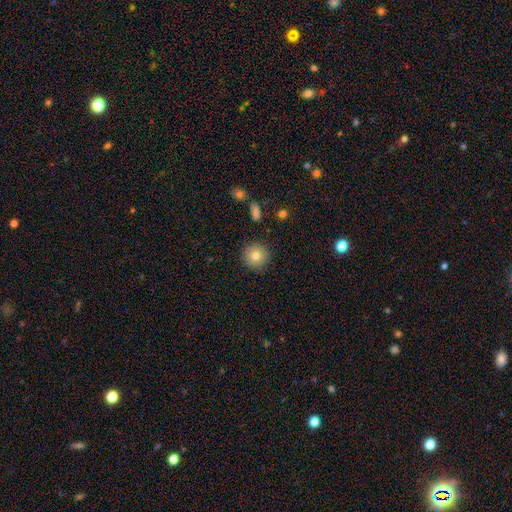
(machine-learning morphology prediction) Q: Smooth or featured?
A: smooth (78%); runner-up: featured or disk (12%)
Q: How rounded?
A: round (95%); runner-up: in between (4%)
Q: Merging?
A: none (90%); runner-up: minor disturbance (7%)